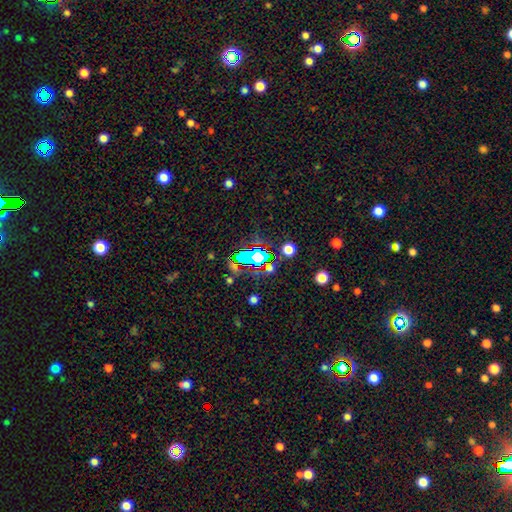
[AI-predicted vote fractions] Overall: star or artifact (59%; smooth 28%).